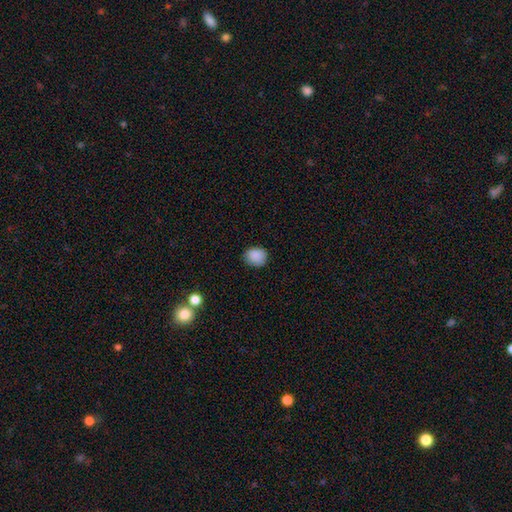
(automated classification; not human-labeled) A smooth galaxy with no disk features (88%) that is round (70%). Merging: none (80%).